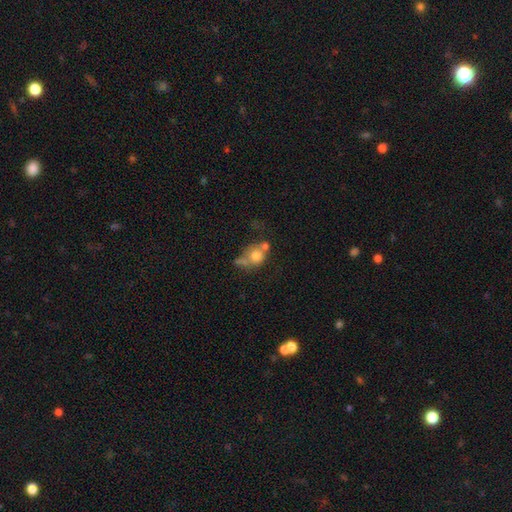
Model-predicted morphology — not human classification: The model was most divided on "merging": merger: 40%, none: 30%, minor disturbance: 16%, major disturbance: 13%. More confident: smooth or featured — smooth (67%); how rounded — round (60%).